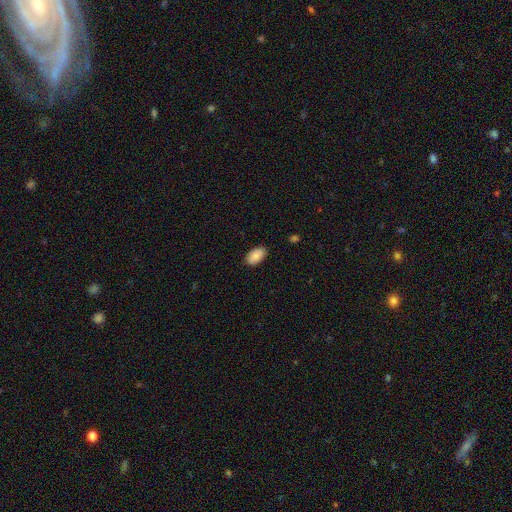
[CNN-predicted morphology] A smooth galaxy with no disk features (85%) that is in between round and cigar-shaped (94%).

Vote fractions:
- Smooth or featured? smooth: 85% / featured or disk: 8% / star or artifact: 7%
- How rounded? in between: 94% / round: 5% / cigar-shaped: 1%
- Merging? none: 85% / minor disturbance: 12% / major disturbance: 2% / merger: 1%